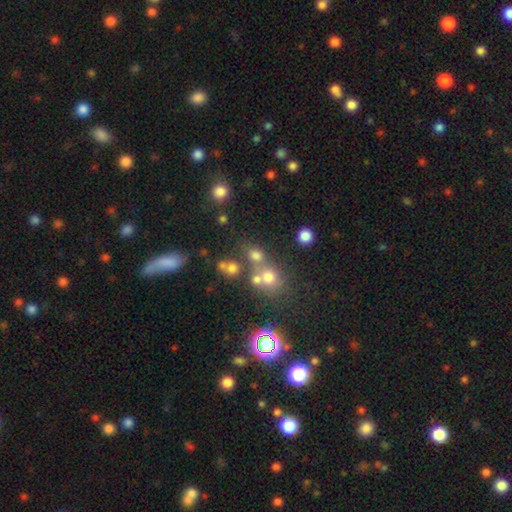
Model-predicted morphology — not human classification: Smooth or featured: smooth — 68% (star or artifact — 21%)
How rounded: round — 74% (in between — 25%)
Merging: none — 56% (merger — 27%)